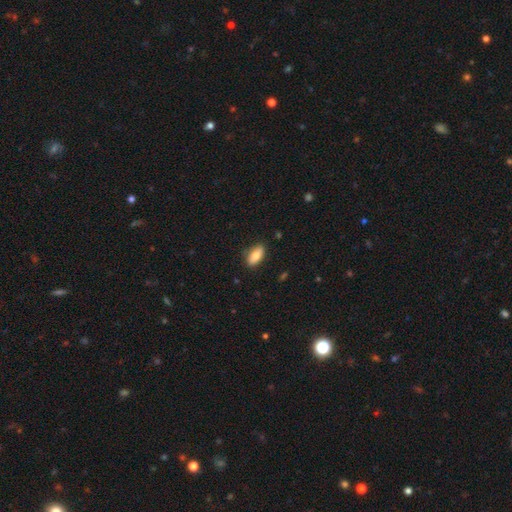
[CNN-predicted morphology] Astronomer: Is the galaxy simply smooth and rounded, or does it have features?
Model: smooth — 82%.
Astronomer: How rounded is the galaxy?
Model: in between — 87%.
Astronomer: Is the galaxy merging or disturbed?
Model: none — 83%.